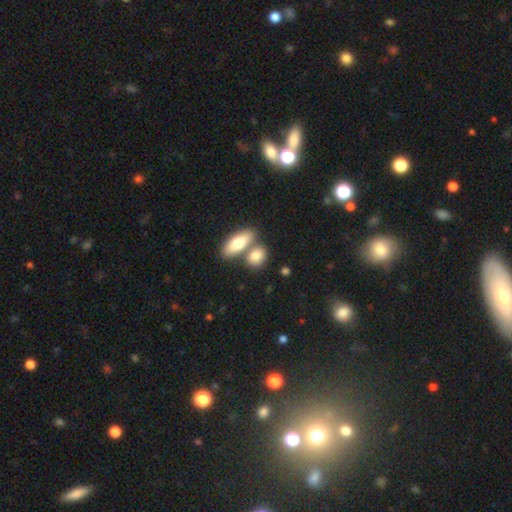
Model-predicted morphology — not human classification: Smooth or featured? smooth (81%)
How rounded? in between (75%)
Merging? none (47%)